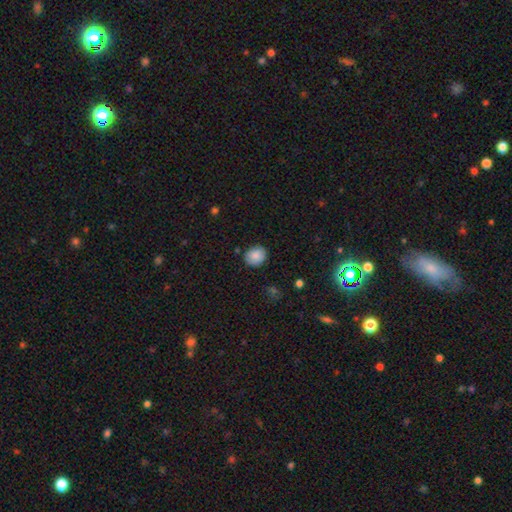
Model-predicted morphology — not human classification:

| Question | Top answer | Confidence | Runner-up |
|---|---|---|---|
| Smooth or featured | smooth | 86% | star or artifact (8%) |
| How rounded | round | 60% | in between (39%) |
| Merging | none | 84% | minor disturbance (12%) |